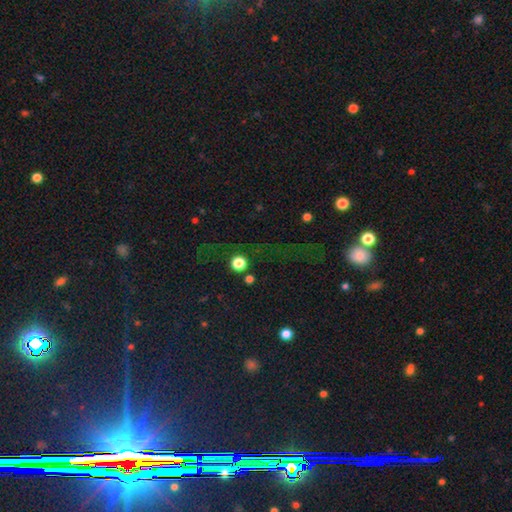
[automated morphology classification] A star or artifact, not a galaxy (76%).

Vote fractions:
- Smooth or featured? star or artifact: 76% / smooth: 14% / featured or disk: 10%